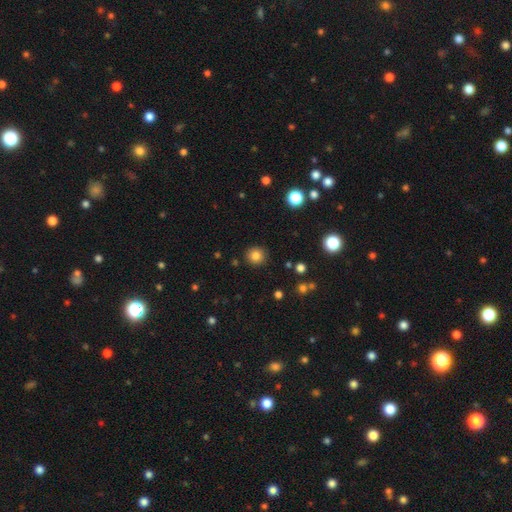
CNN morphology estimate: smooth_or_featured: smooth (p=0.82) [alt: star or artifact p=0.12]
how_rounded: round (p=0.93) [alt: in between p=0.07]
merging: none (p=0.90) [alt: minor disturbance p=0.06]